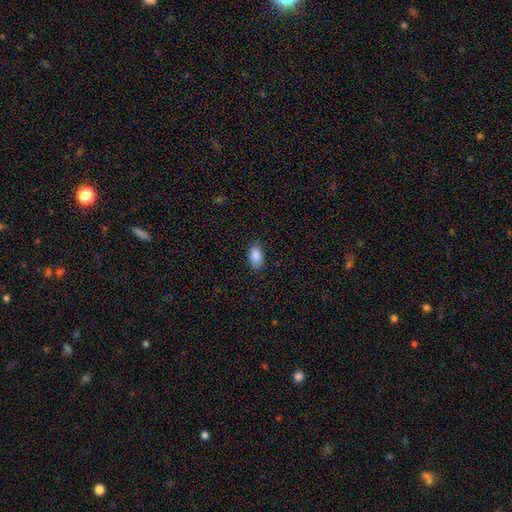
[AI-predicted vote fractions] A smooth galaxy with no disk features (89%) that is in between round and cigar-shaped (91%). Merging: none (84%).